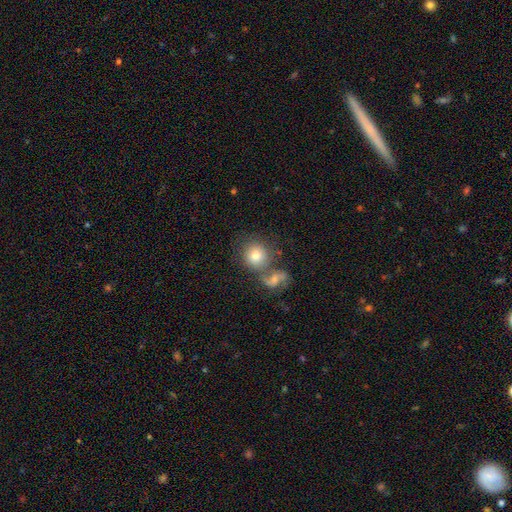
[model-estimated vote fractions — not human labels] Smooth or featured: smooth — 75% (featured or disk — 17%)
How rounded: round — 86% (in between — 12%)
Merging: none — 45% (merger — 38%)